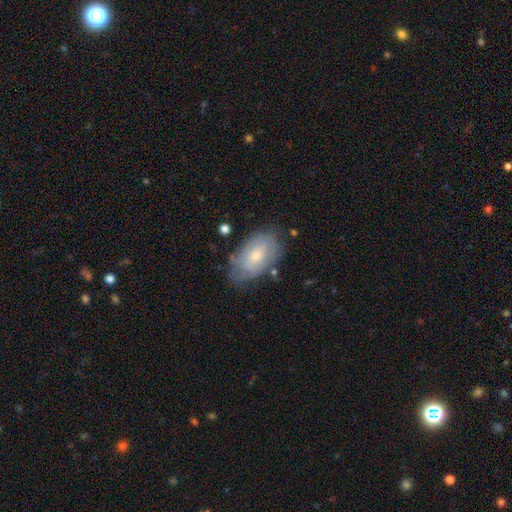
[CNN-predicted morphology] smooth 50%, featured or disk 43%, star or artifact 7%. Down the decision tree: how rounded — in between (91%); merging — none (64%).